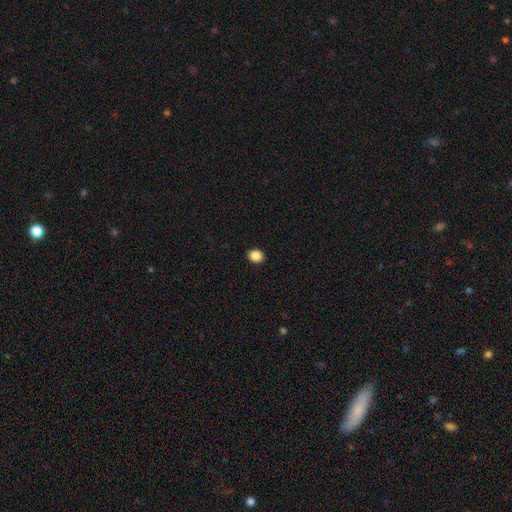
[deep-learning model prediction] Smooth or featured: smooth — 87% (star or artifact — 10%)
How rounded: round — 61% (in between — 38%)
Merging: none — 92% (minor disturbance — 5%)